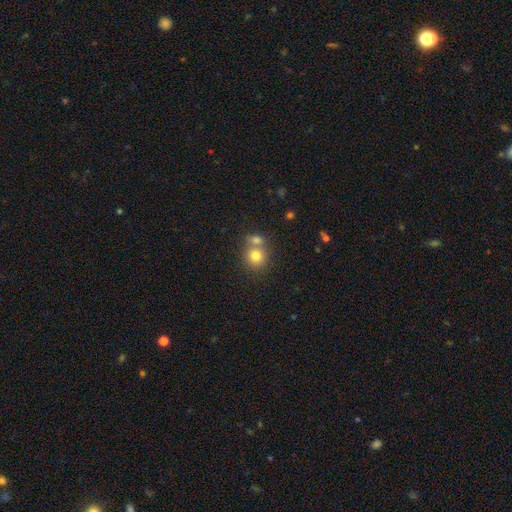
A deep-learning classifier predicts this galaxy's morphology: This appears to be a smooth galaxy with no disk features (78%) that is round (83%). Merging: none (49%).